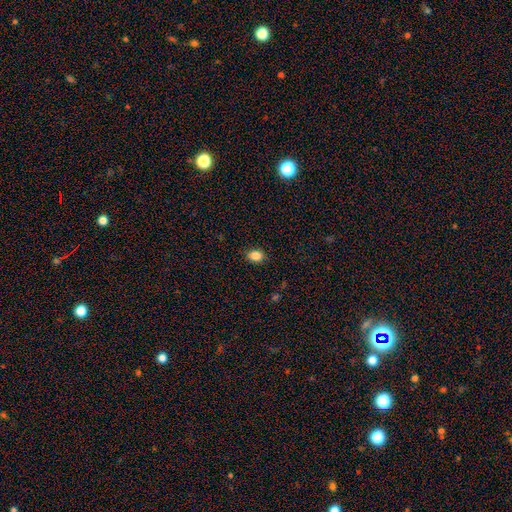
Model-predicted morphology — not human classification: Overall: smooth (85%). How rounded: in between (64%; round 35%). Merging: none (88%).